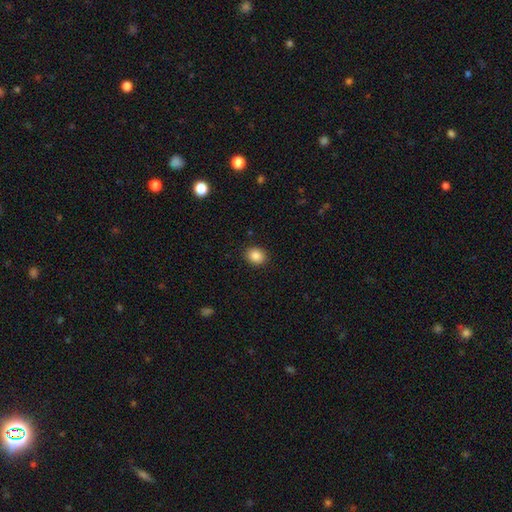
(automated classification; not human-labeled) smooth 87%, star or artifact 9%, featured or disk 4%. Down the decision tree: how rounded — round (62%); merging — none (90%).